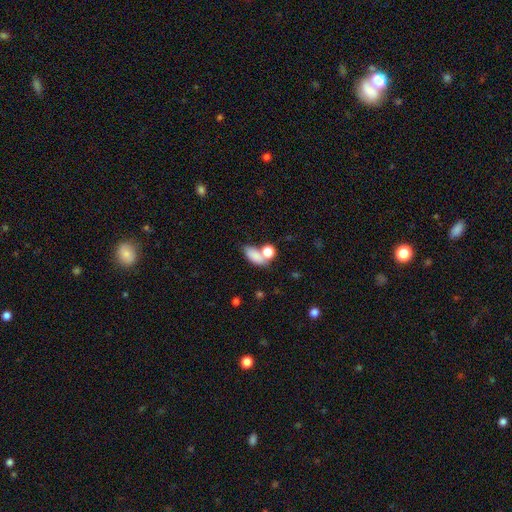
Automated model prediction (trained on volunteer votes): smooth-or-featured: smooth: 81% | star or artifact: 10% | featured or disk: 10%
  how-rounded: in between: 80% | round: 12% | cigar-shaped: 8%
  merging: none: 43% | merger: 35% | minor disturbance: 14% | major disturbance: 8%